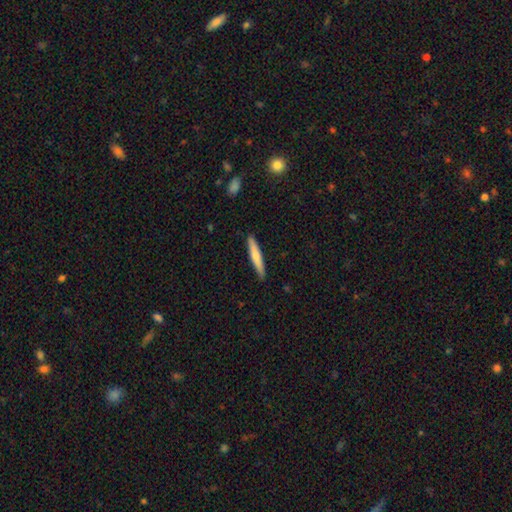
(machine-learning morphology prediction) The model was most divided on "smooth or featured": smooth: 64%, featured or disk: 31%, star or artifact: 5%. More confident: how rounded — cigar-shaped (92%); merging — none (88%).